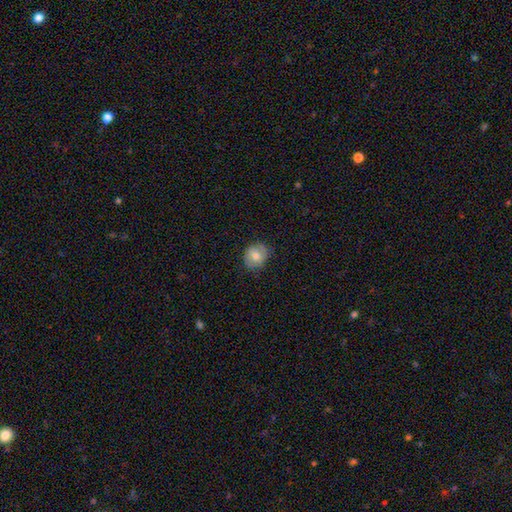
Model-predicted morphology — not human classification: Q: Smooth or featured?
A: smooth (75%); runner-up: featured or disk (17%)
Q: How rounded?
A: round (66%); runner-up: in between (33%)
Q: Merging?
A: none (78%); runner-up: minor disturbance (18%)